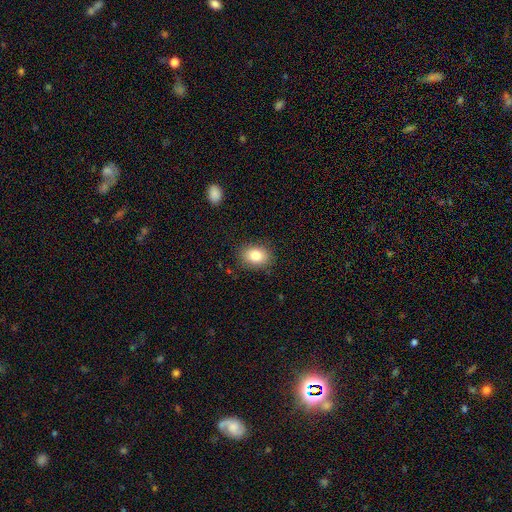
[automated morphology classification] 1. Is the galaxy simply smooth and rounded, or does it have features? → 83% smooth, 9% star or artifact, 8% featured or disk.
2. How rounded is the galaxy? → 71% in between, 28% round, 1% cigar-shaped.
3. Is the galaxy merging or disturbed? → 86% none, 10% minor disturbance, 3% major disturbance, 1% merger.